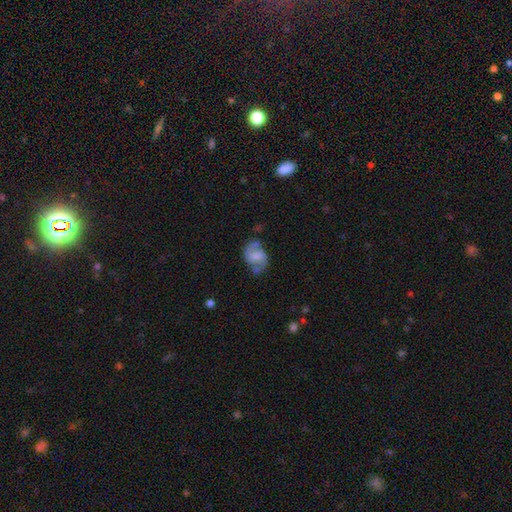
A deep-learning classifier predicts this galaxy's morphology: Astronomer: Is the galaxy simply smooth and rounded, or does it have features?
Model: featured or disk — 62%.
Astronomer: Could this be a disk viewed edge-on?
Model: no — 97%.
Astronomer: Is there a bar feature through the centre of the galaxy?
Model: weak — 44% (runner-up: no, 41%).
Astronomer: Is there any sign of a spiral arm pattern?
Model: yes — 84%.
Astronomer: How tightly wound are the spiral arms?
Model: medium — 46% (runner-up: loose, 37%).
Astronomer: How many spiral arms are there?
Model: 2 — 85%.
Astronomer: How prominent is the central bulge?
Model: none — 34% (runner-up: moderate, 25%).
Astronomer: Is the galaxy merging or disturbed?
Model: none — 52%.